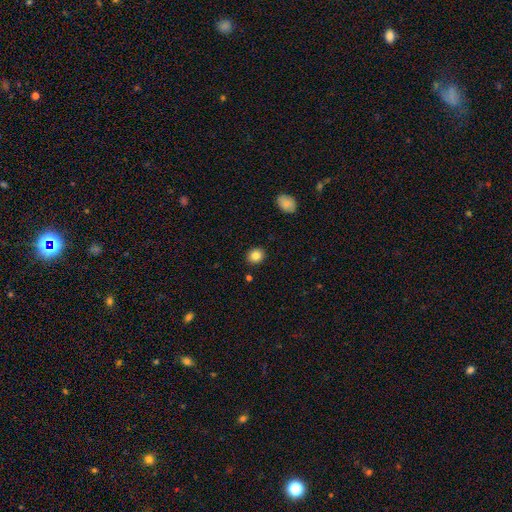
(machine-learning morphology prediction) This is clearly a smooth galaxy (84%). How rounded: likely round (75%). Merging: clearly none (90%).